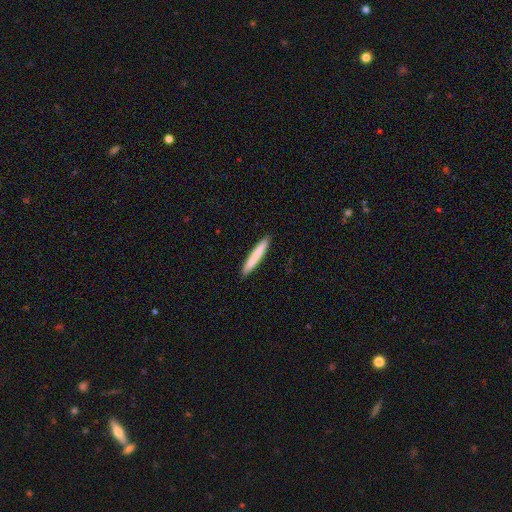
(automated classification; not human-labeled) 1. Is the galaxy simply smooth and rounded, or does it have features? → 78% smooth, 17% featured or disk, 5% star or artifact.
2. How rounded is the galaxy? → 96% cigar-shaped, 3% in between, 1% round.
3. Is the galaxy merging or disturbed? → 92% none, 5% minor disturbance, 1% major disturbance, 1% merger.